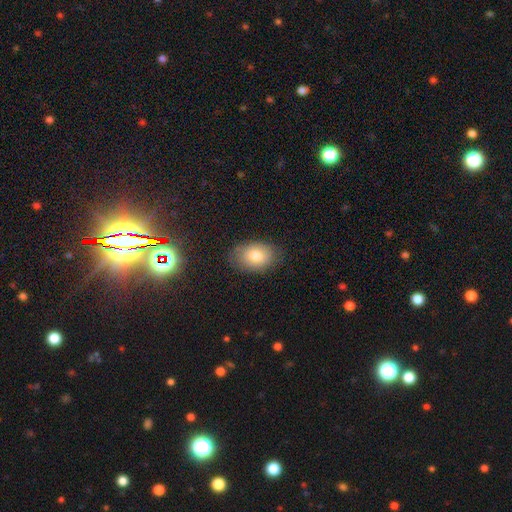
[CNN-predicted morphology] Smooth or featured?
  - smooth: 79% *
  - featured or disk: 12%
  - star or artifact: 8%
How rounded?
  - in between: 85% *
  - round: 14%
  - cigar-shaped: 1%
Merging?
  - none: 80% *
  - minor disturbance: 15%
  - major disturbance: 4%
  - merger: 1%